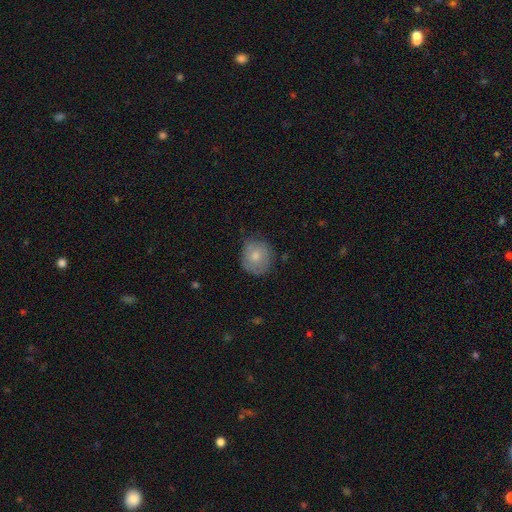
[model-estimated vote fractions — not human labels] Overall: smooth (65%; featured or disk 29%). How rounded: round (83%). Merging: none (69%).